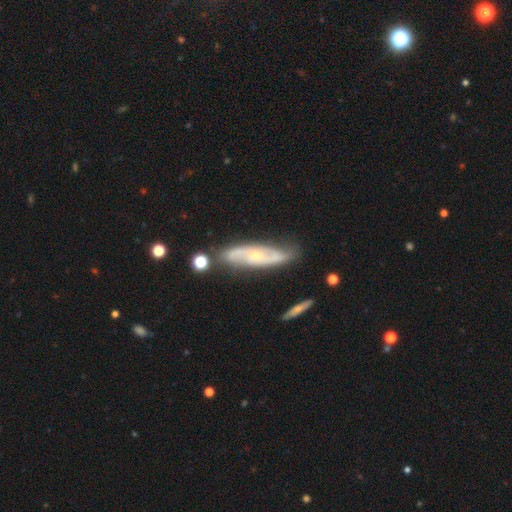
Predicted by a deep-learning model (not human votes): A featured or disk galaxy (77%) with no bar (68%), 2 (74%) medium (42%) spiral arms (88%) and a small central bulge (68%). Merging: none (75%).